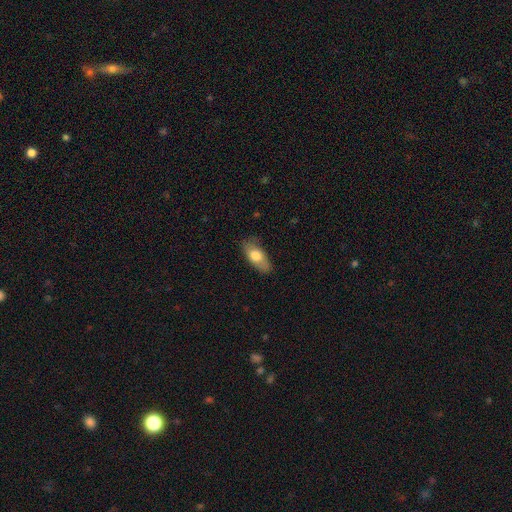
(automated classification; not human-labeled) Morphology: type=smooth (73%); roundness=in between (85%); merging=none (77%).